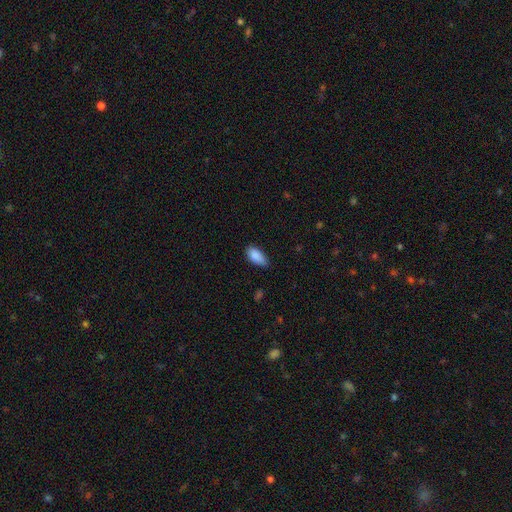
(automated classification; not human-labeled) smooth 88%, star or artifact 7%, featured or disk 5%. Down the decision tree: how rounded — in between (91%); merging — none (67%).